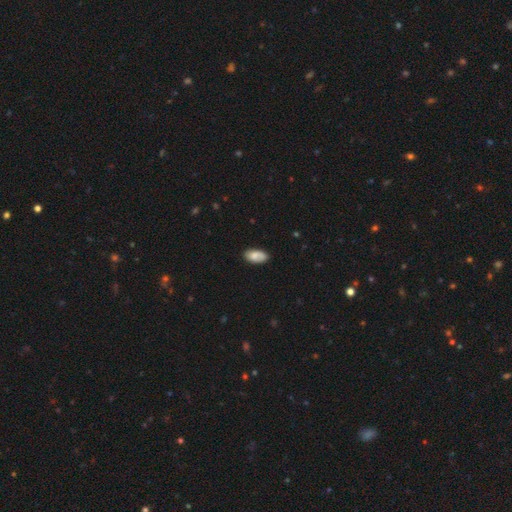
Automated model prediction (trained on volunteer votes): A smooth galaxy with no disk features (74%) that is in between round and cigar-shaped (94%). Merging: none (80%).